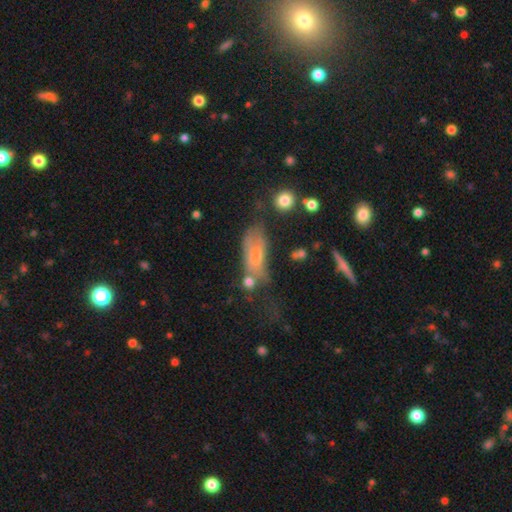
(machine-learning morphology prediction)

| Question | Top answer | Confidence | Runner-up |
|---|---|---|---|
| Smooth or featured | smooth | 53% | featured or disk (36%) |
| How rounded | in between | 80% | cigar-shaped (15%) |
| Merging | none | 31% | minor disturbance (27%) |